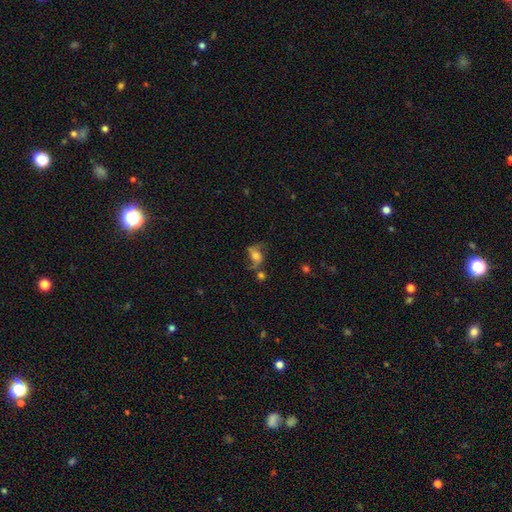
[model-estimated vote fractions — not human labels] This appears to be a featured or disk galaxy (53%) with no bar (53%), spiral arms (82%) and a moderate central bulge (41%). Merging: none (43%).